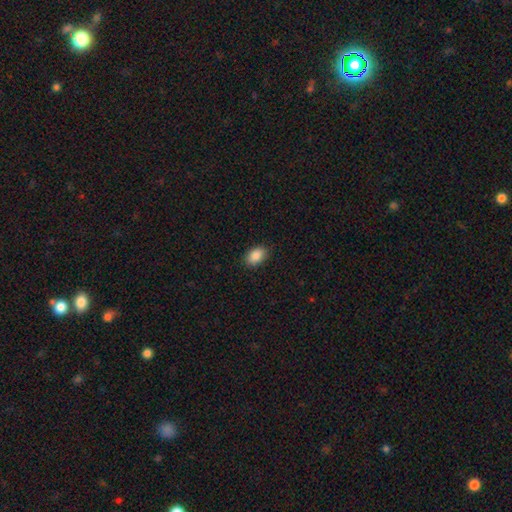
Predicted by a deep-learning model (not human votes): smooth_or_featured: smooth (p=0.89) [alt: star or artifact p=0.08]
how_rounded: in between (p=0.88) [alt: round p=0.11]
merging: none (p=0.88) [alt: minor disturbance p=0.09]